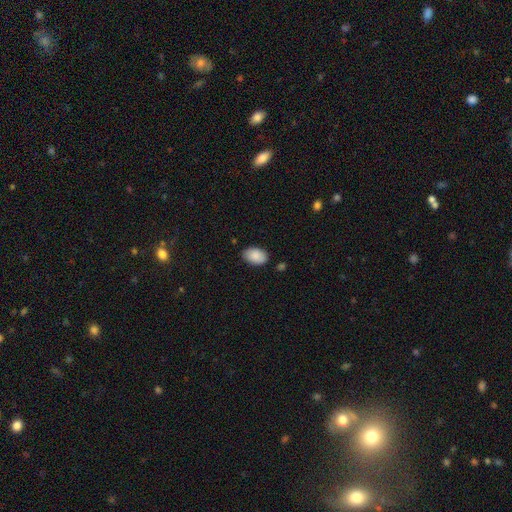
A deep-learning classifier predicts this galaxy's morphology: Overall: smooth (89%). How rounded: in between (91%). Merging: none (82%).